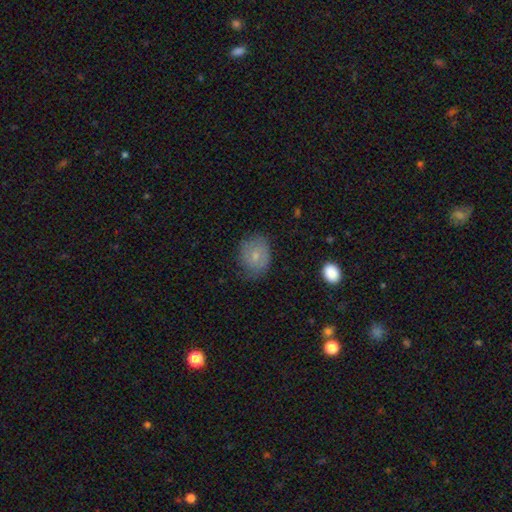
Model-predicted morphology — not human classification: Smooth or featured? smooth (63%)
How rounded? round (53%)
Merging? none (66%)